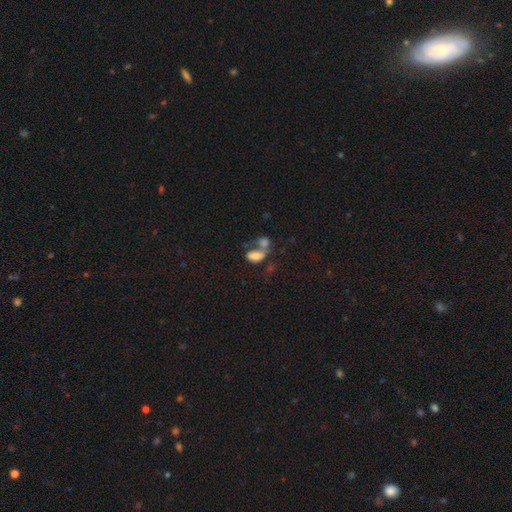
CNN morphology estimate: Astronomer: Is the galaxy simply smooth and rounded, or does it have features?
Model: smooth — 71%.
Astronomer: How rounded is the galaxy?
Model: in between — 89%.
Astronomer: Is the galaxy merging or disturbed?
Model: merger — 60%.